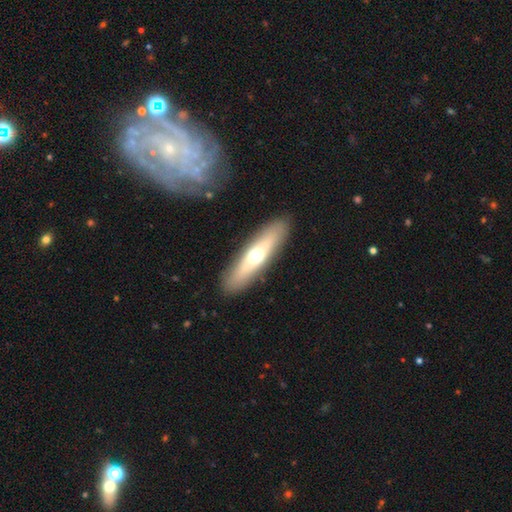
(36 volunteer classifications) Smooth or featured?
  - smooth: 61% *
  - featured or disk: 36%
  - star or artifact: 3%
How rounded?
  - cigar-shaped: 77% *
  - in between: 23%
  - round: 0%
Merging?
  - none: 91% *
  - major disturbance: 6%
  - minor disturbance: 3%
  - merger: 0%